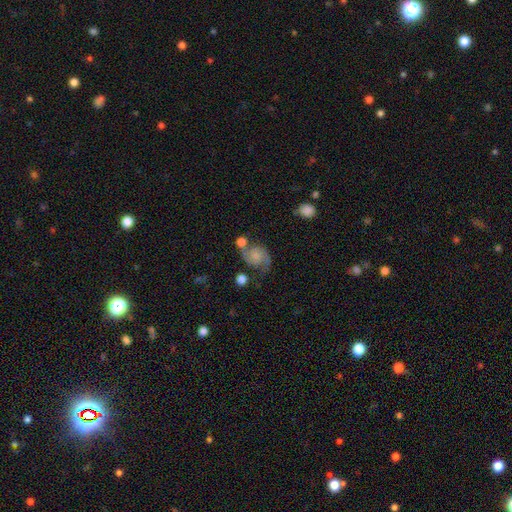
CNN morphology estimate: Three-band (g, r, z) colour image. It shows a featured or disk galaxy (72%) with no bar (74%), 2 (88%) medium (47%) spiral arms (94%) and a small central bulge (45%). Merging: none (46%).